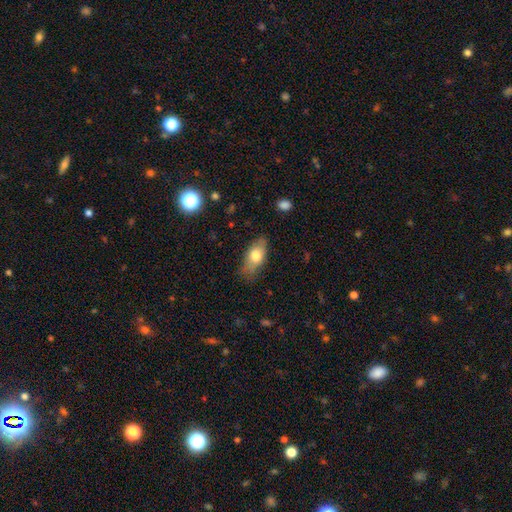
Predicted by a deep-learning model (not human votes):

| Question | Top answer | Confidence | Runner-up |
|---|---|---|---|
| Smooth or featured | smooth | 72% | featured or disk (22%) |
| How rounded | in between | 85% | cigar-shaped (11%) |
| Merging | none | 74% | minor disturbance (20%) |